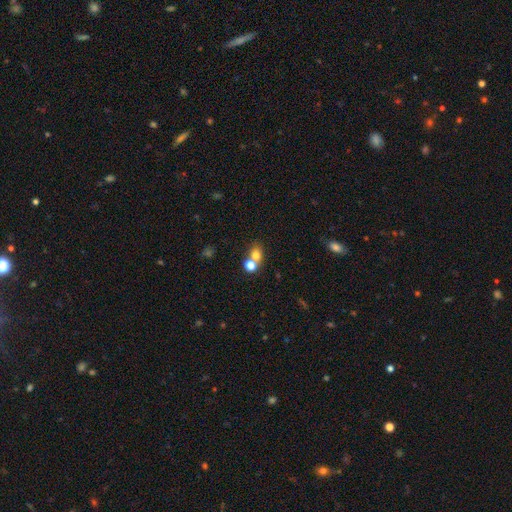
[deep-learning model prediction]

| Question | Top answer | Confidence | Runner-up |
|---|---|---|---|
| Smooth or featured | smooth | 73% | star or artifact (15%) |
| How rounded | round | 61% | in between (38%) |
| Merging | none | 44% | tied: merger (44%) |